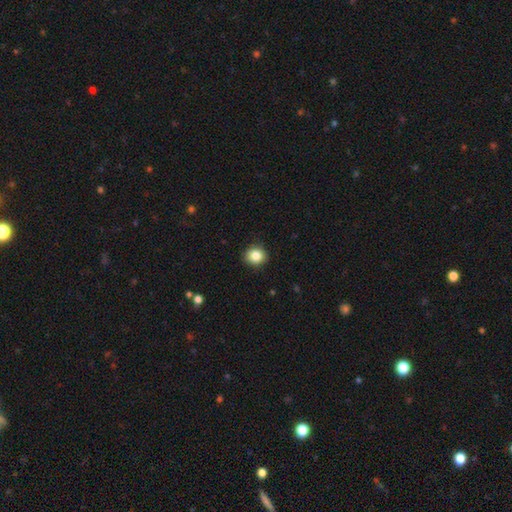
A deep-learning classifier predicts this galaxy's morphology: Smooth or featured? Predicted: smooth (p=0.85). How rounded? Predicted: round (p=0.81). Merging? Predicted: none (p=0.89).